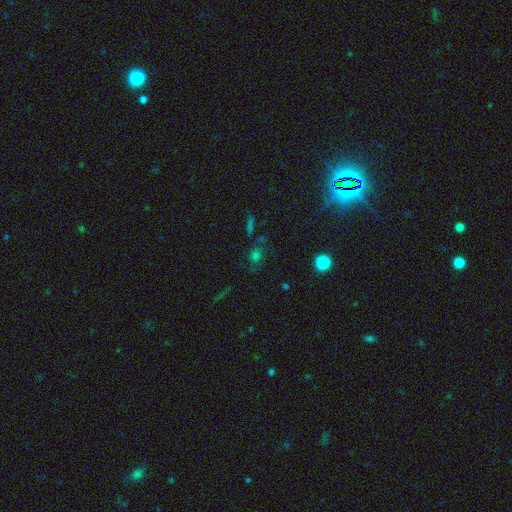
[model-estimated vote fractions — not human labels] Smooth or featured: smooth — 57% (star or artifact — 31%)
How rounded: round — 68% (in between — 29%)
Merging: none — 67% (minor disturbance — 15%)